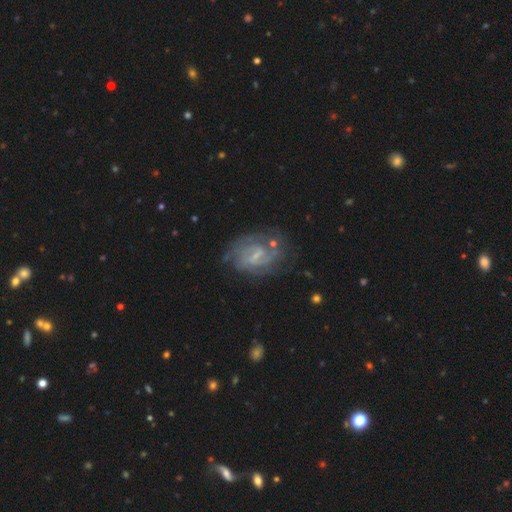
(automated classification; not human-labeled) Smooth or featured?
  - featured or disk: 81% *
  - smooth: 12%
  - star or artifact: 8%
Edge-on disk?
  - no: 97% *
  - yes: 3%
Bar?
  - weak: 57% *
  - strong: 25%
  - no: 18%
Spiral arms?
  - yes: 89% *
  - no: 11%
Spiral winding?
  - tight: 51% *
  - medium: 37%
  - loose: 12%
Spiral arm count?
  - 2: 38% *
  - can't tell: 35%
  - 3: 13%
  - 4: 6%
  - 1: 4%
  - more than 4: 4%
Bulge size?
  - small: 55% *
  - moderate: 22%
  - none: 20%
  - large: 2%
  - dominant: 1%
Merging?
  - none: 66% *
  - minor disturbance: 19%
  - major disturbance: 11%
  - merger: 4%